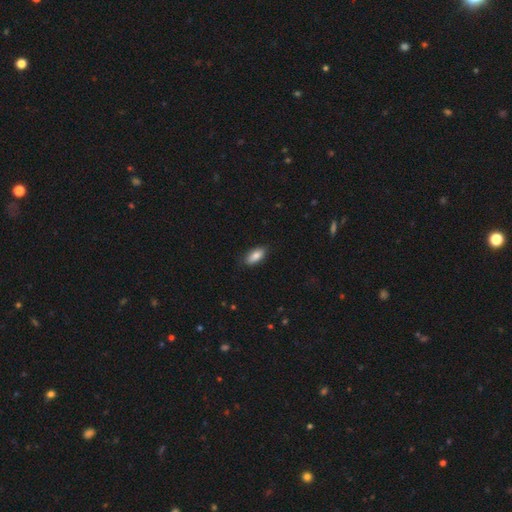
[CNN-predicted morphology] Smooth or featured? Predicted: smooth (p=0.84). How rounded? Predicted: in between (p=0.88). Merging? Predicted: none (p=0.84).